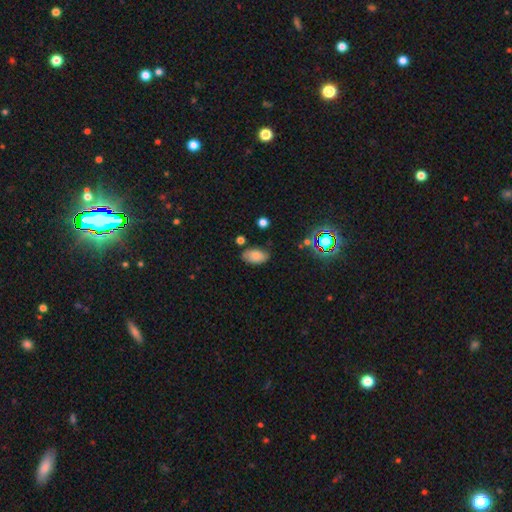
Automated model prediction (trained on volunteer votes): A smooth galaxy with no disk features (77%) that is in between round and cigar-shaped (93%).

Vote fractions:
- Smooth or featured? smooth: 77% / star or artifact: 12% / featured or disk: 11%
- How rounded? in between: 93% / round: 5% / cigar-shaped: 2%
- Merging? none: 74% / minor disturbance: 19% / major disturbance: 4% / merger: 3%